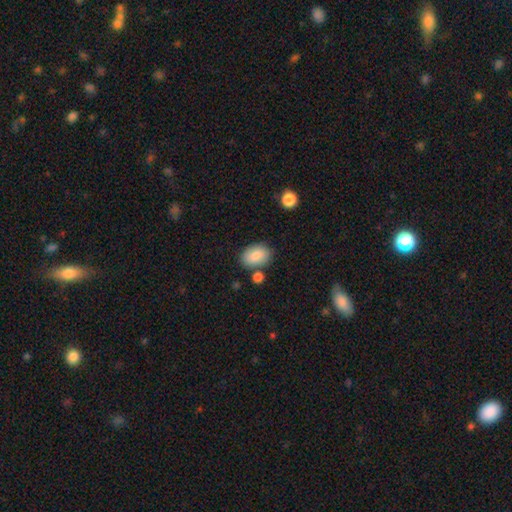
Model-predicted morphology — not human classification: Q: Smooth or featured?
A: smooth (86%); runner-up: featured or disk (7%)
Q: How rounded?
A: in between (86%); runner-up: round (12%)
Q: Merging?
A: none (74%); runner-up: minor disturbance (14%)